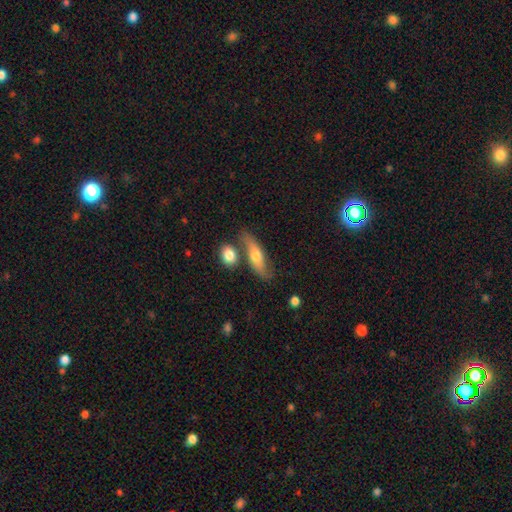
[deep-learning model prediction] smooth-or-featured: smooth: 50% | featured or disk: 44% | star or artifact: 6%
  merging: none: 62% | minor disturbance: 17% | merger: 16% | major disturbance: 5%